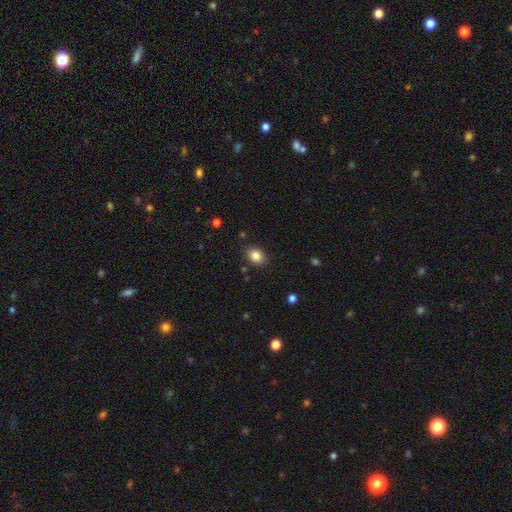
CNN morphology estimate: Smooth or featured? smooth (85%)
How rounded? in between (59%)
Merging? none (85%)